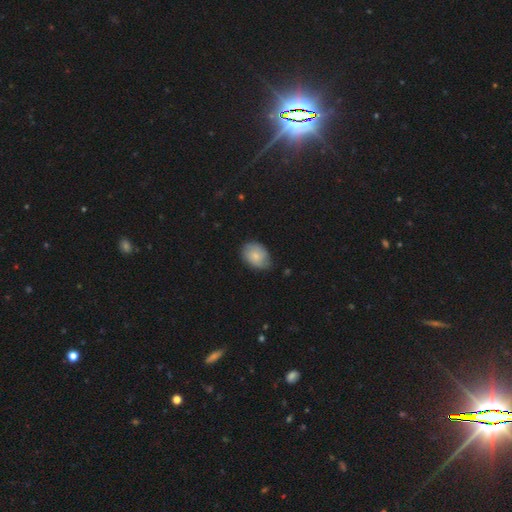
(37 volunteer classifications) Smooth or featured? smooth (78%)
How rounded? in between (66%)
Merging? none (68%)